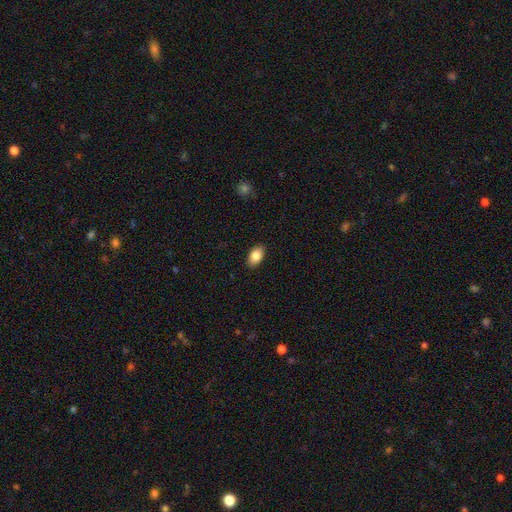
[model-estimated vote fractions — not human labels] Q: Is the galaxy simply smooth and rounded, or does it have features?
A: smooth — 86%.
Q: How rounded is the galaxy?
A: in between — 91%.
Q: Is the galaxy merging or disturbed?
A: none — 89%.